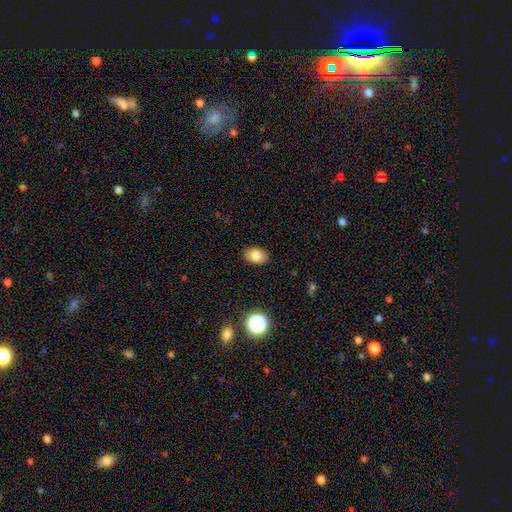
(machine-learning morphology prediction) This appears to be a smooth galaxy with no disk features (83%) that is in between round and cigar-shaped (84%). Merging: none (87%).